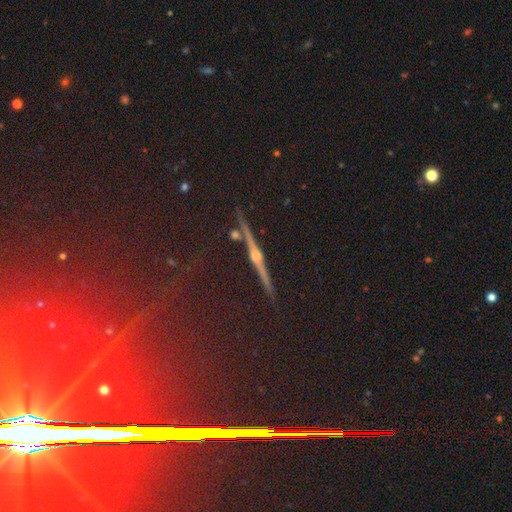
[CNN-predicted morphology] This appears to be a featured or disk galaxy (65%) viewed edge-on (94%) with a rounded central bulge (85%). Merging: none (90%).